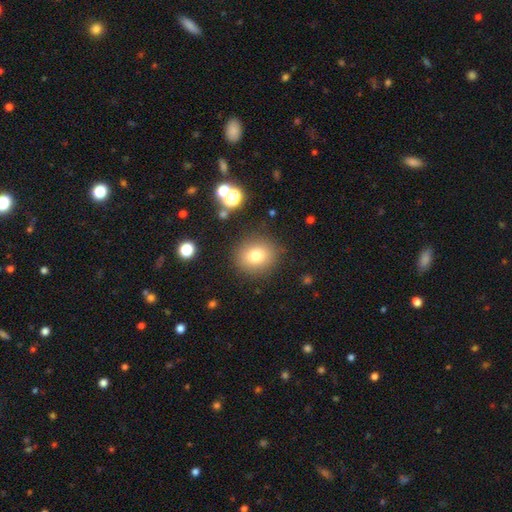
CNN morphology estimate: Overall: smooth (77%). How rounded: round (76%). Merging: none (85%).